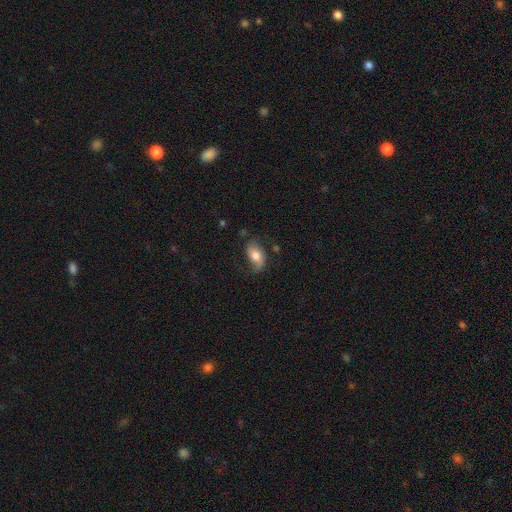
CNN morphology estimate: Overall: smooth (61%; featured or disk 31%). How rounded: in between (88%). Merging: none (58%; minor disturbance 26%).